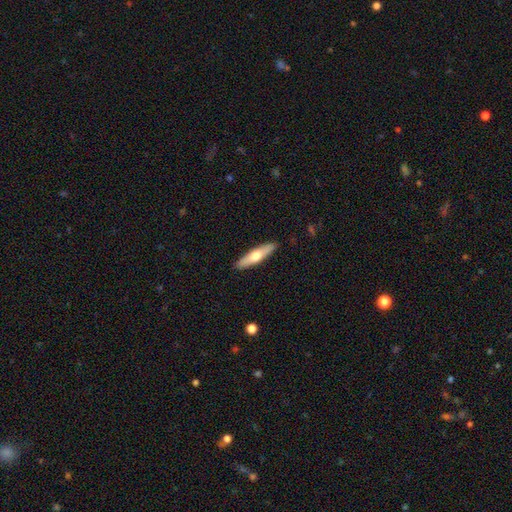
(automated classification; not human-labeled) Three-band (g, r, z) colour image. It shows a smooth galaxy with no disk features (56%) that is cigar-shaped (76%). Merging: none (90%).